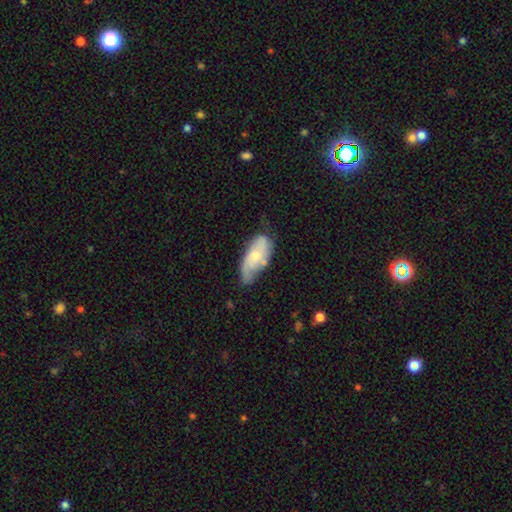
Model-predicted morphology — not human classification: type=featured or disk (51%); edge-on=no (91%); merging=none (48%).